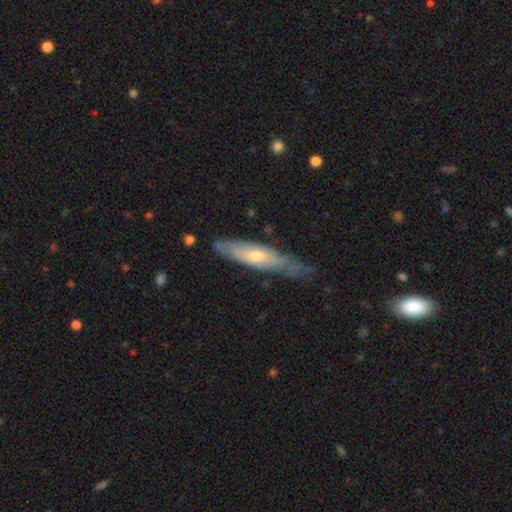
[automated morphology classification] featured or disk 56%, smooth 39%, star or artifact 5%. Down the decision tree: edge-on disk — yes (55%); merging — none (65%).